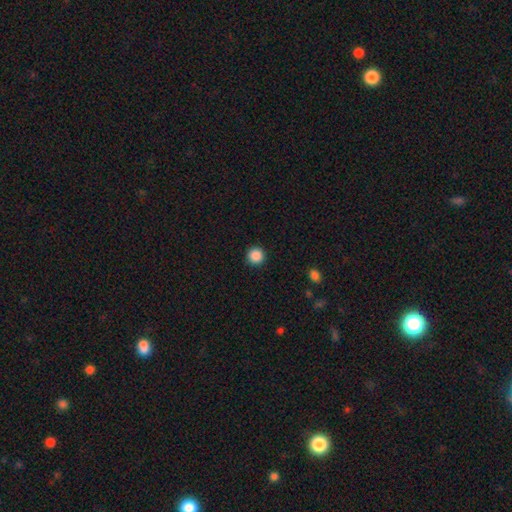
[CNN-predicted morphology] This is clearly a smooth galaxy (88%). How rounded: clearly round (96%). Merging: clearly none (92%).